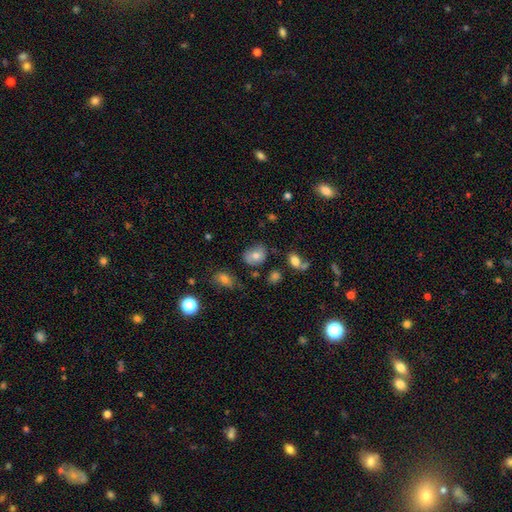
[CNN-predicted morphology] smooth 73%, featured or disk 17%, star or artifact 11%. Down the decision tree: how rounded — in between (55%); merging — none (61%).